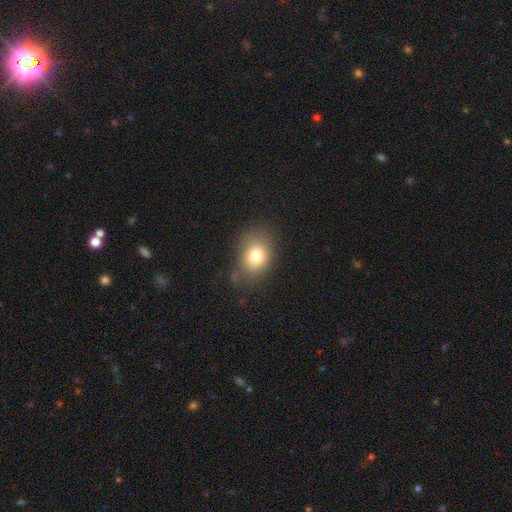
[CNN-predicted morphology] The model was most divided on "how rounded": in between: 61%, round: 38%, cigar-shaped: 1%. More confident: smooth or featured — smooth (79%); merging — none (70%).